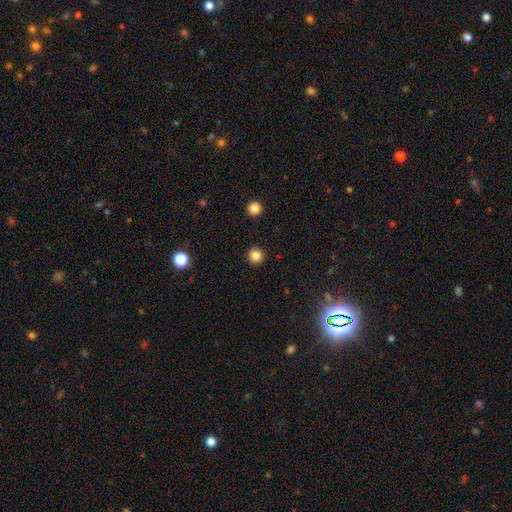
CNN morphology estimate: This is clearly a smooth galaxy (84%). How rounded: clearly round (95%). Merging: clearly none (93%).